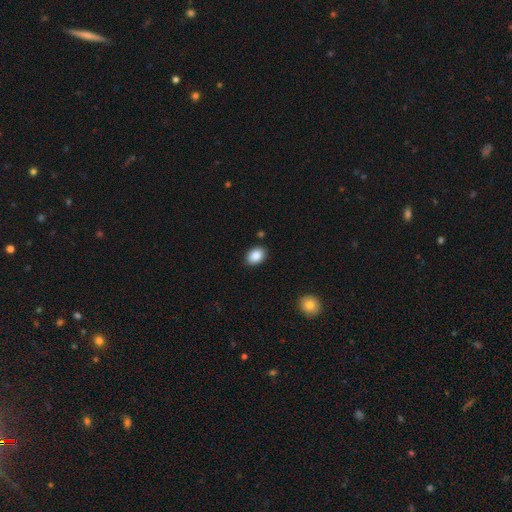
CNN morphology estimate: type=smooth (88%); roundness=in between (77%); merging=none (88%).